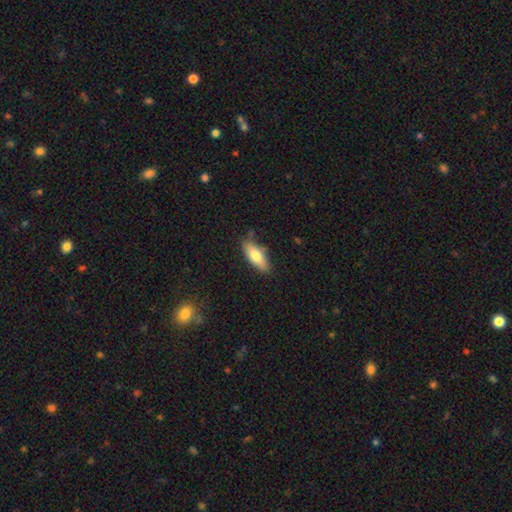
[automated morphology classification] A smooth galaxy with no disk features (75%) that is in between round and cigar-shaped (68%). Merging: none (77%).